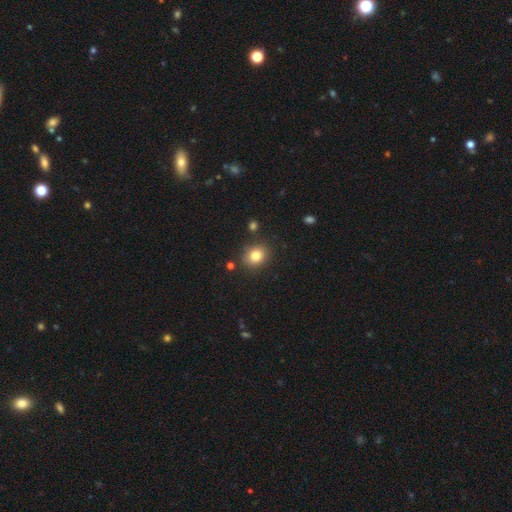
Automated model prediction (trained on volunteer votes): Smooth or featured? Predicted: smooth (p=0.82). How rounded? Predicted: round (p=0.64). Merging? Predicted: none (p=0.84).